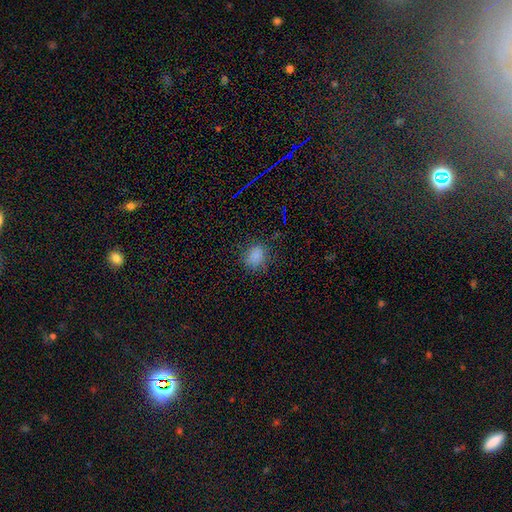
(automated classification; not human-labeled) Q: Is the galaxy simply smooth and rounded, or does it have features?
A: smooth — 81%.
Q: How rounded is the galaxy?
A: round — 54%.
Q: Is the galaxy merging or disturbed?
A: none — 78%.